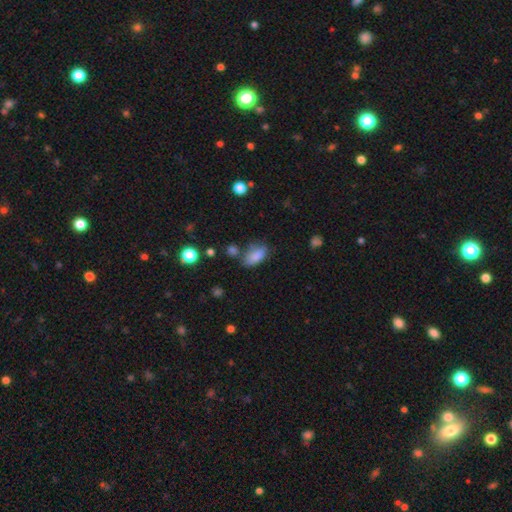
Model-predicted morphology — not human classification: Smooth or featured?
  - smooth: 83% *
  - star or artifact: 9%
  - featured or disk: 8%
How rounded?
  - in between: 89% *
  - cigar-shaped: 7%
  - round: 4%
Merging?
  - none: 57% *
  - minor disturbance: 25%
  - merger: 10%
  - major disturbance: 8%